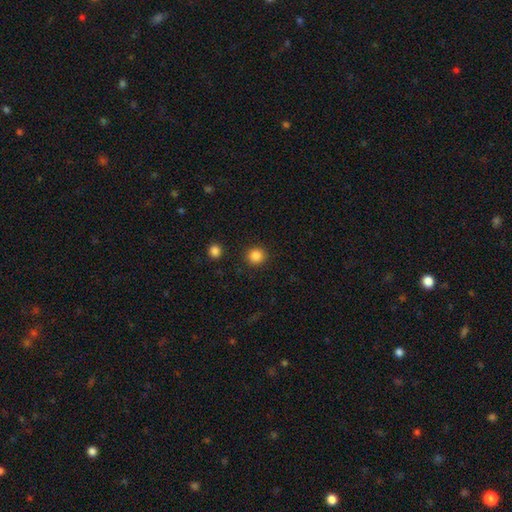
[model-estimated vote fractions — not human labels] Morphology: type=smooth (86%); roundness=round (92%); merging=none (91%).